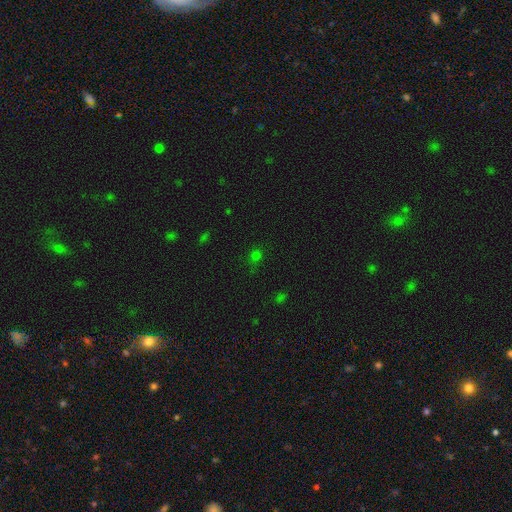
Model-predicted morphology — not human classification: smooth_or_featured: smooth (p=0.63) [alt: star or artifact p=0.31]
how_rounded: round (p=0.80) [alt: in between p=0.19]
merging: none (p=0.77) [alt: minor disturbance p=0.14]